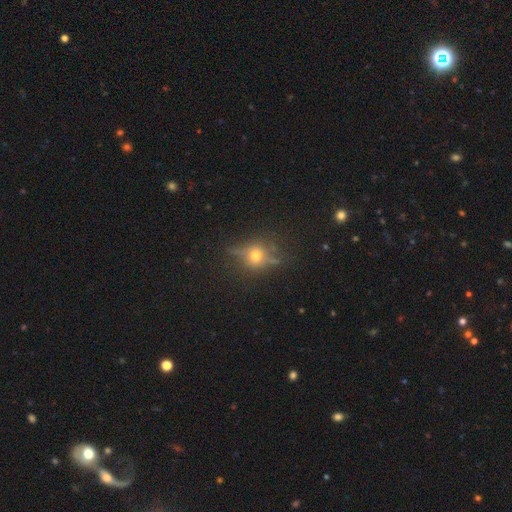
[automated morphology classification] A featured or disk galaxy (47%).

Vote fractions:
- Smooth or featured? featured or disk: 47% / smooth: 31% / star or artifact: 22%
- Merging? none: 78% / minor disturbance: 14% / major disturbance: 6% / merger: 2%